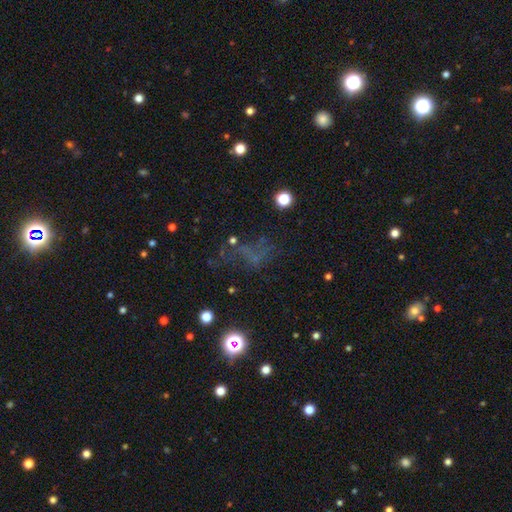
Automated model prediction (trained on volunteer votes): smooth_or_featured: star or artifact (p=0.43) [alt: smooth p=0.29]